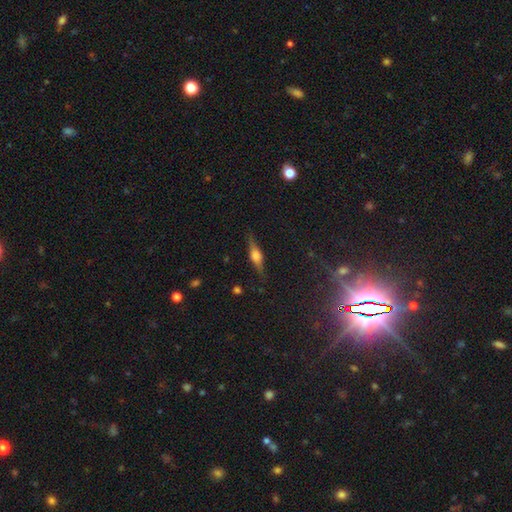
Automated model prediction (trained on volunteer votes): smooth_or_featured: featured or disk (p=0.68) [alt: smooth p=0.24]
disk_edge_on: yes (p=0.96) [alt: no p=0.04]
edge_on_bulge: rounded (p=0.88) [alt: boxy p=0.10]
merging: none (p=0.86) [alt: minor disturbance p=0.10]